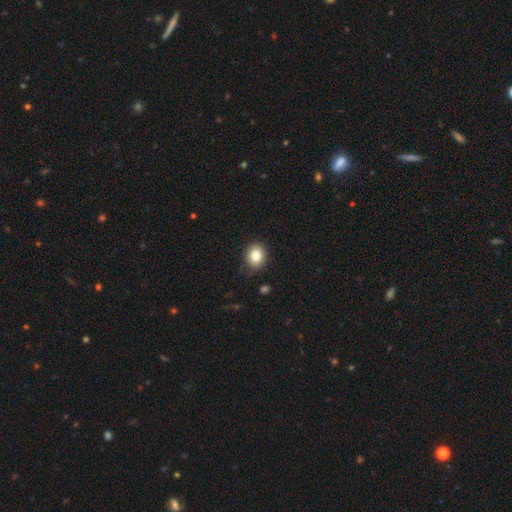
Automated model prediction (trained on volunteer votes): Smooth or featured? smooth (82%)
How rounded? round (71%)
Merging? none (84%)